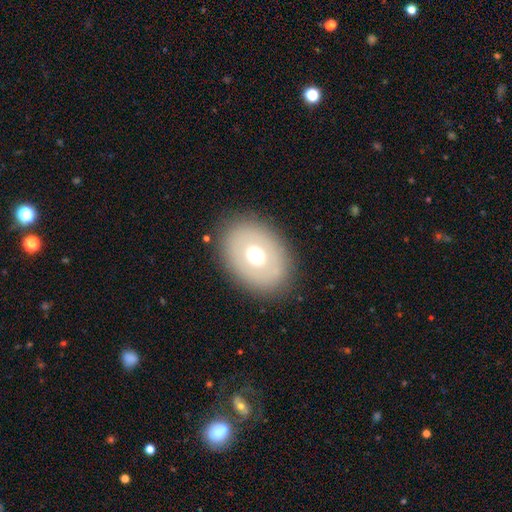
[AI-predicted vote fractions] smooth-or-featured: smooth: 59% | featured or disk: 31% | star or artifact: 10%
  how-rounded: in between: 65% | round: 34% | cigar-shaped: 1%
  merging: none: 85% | minor disturbance: 9% | major disturbance: 5% | merger: 1%